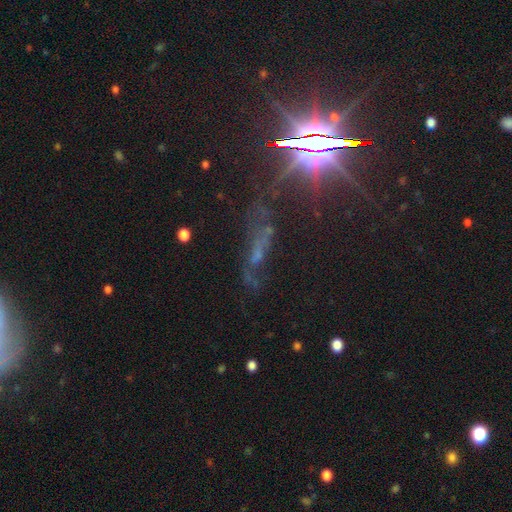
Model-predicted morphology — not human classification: Smooth or featured? Predicted: star or artifact (p=0.48).